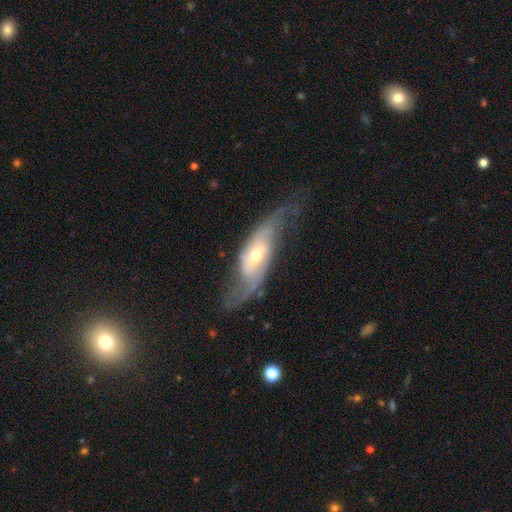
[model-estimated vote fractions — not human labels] A featured or disk galaxy (82%) with a weak bar (43%), 2 (83%) loose (54%) spiral arms (93%) and a moderate central bulge (51%).

Vote fractions:
- Smooth or featured? featured or disk: 82% / smooth: 12% / star or artifact: 6%
- Edge-on disk? no: 86% / yes: 14%
- Bar? weak: 43% / no: 35% / strong: 22%
- Spiral arms? yes: 93% / no: 7%
- Spiral winding? loose: 54% / medium: 33% / tight: 13%
- Spiral arm count? 2: 83% / can't tell: 9% / 1: 3% / 3: 2% / 4: 1% / more than 4: 1%
- Bulge size? moderate: 51% / small: 41% / large: 5% / none: 1% / dominant: 1%
- Merging? none: 61% / minor disturbance: 20% / major disturbance: 16% / merger: 2%